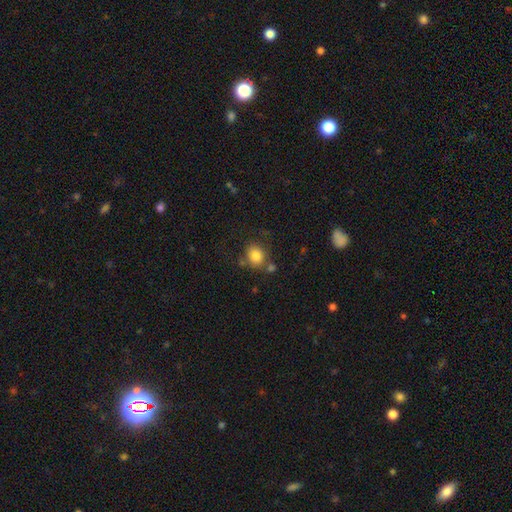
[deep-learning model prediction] Smooth or featured?
  - smooth: 83% *
  - star or artifact: 10%
  - featured or disk: 7%
How rounded?
  - round: 71% *
  - in between: 28%
  - cigar-shaped: 1%
Merging?
  - none: 68% *
  - minor disturbance: 15%
  - merger: 12%
  - major disturbance: 5%